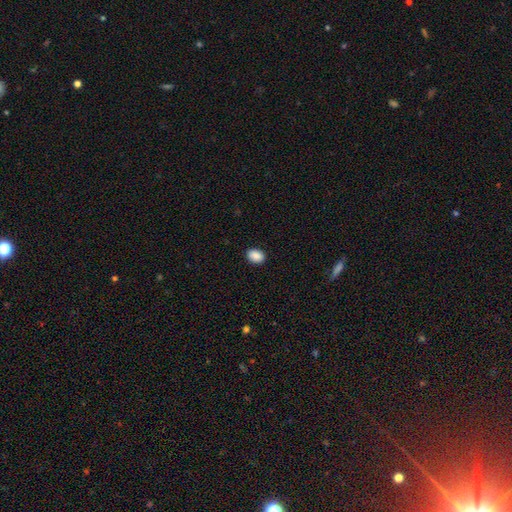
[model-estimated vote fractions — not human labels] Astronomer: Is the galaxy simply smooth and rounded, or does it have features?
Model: smooth — 90%.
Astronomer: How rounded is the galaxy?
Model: in between — 78%.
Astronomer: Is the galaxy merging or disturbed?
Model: none — 90%.